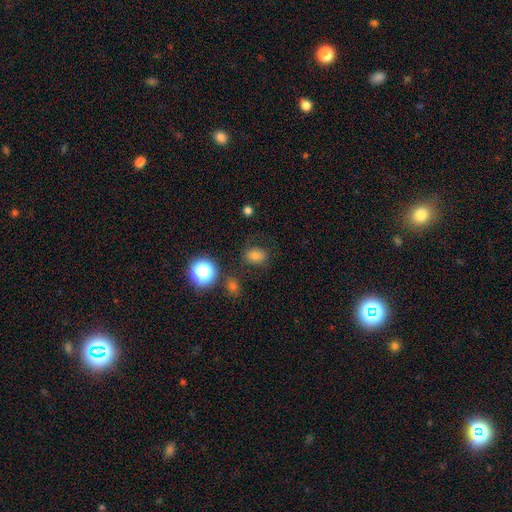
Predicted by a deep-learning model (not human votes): Smooth or featured? Predicted: smooth (p=0.73). How rounded? Predicted: in between (p=0.58). Merging? Predicted: none (p=0.76).